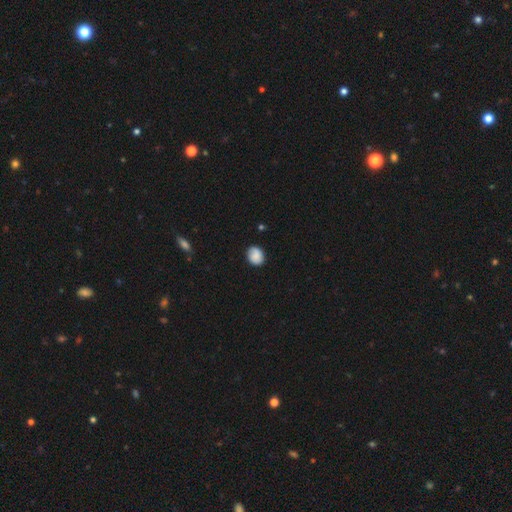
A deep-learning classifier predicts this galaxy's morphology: Smooth or featured?
  - smooth: 80% *
  - featured or disk: 12%
  - star or artifact: 8%
How rounded?
  - round: 61% *
  - in between: 38%
  - cigar-shaped: 1%
Merging?
  - none: 83% *
  - minor disturbance: 13%
  - major disturbance: 3%
  - merger: 1%